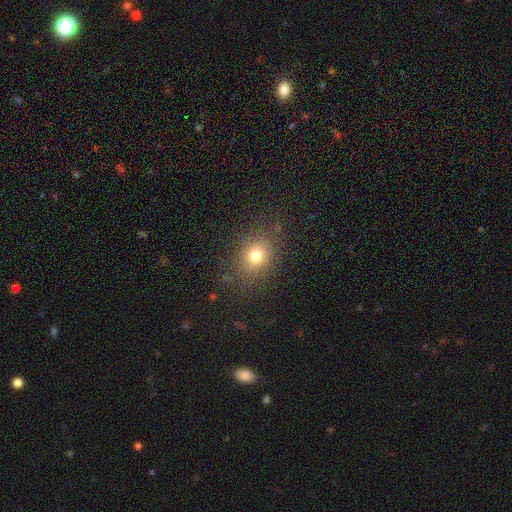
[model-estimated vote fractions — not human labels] smooth-or-featured: smooth: 76% | star or artifact: 15% | featured or disk: 9%
  how-rounded: round: 57% | in between: 42% | cigar-shaped: 1%
  merging: none: 83% | minor disturbance: 11% | major disturbance: 5% | merger: 1%